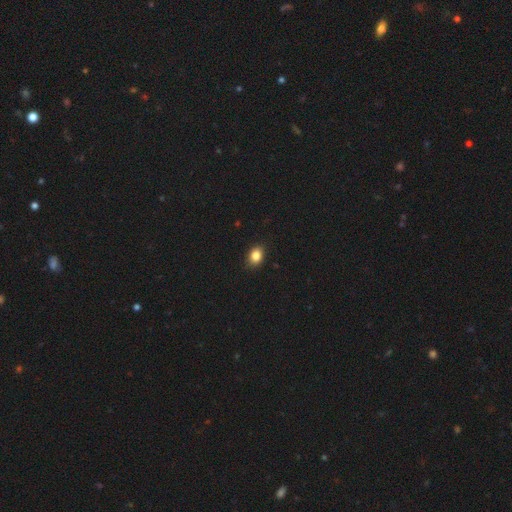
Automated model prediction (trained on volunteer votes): A smooth galaxy with no disk features (84%) that is in between round and cigar-shaped (68%).

Vote fractions:
- Smooth or featured? smooth: 84% / star or artifact: 10% / featured or disk: 6%
- How rounded? in between: 68% / round: 31% / cigar-shaped: 1%
- Merging? none: 87% / minor disturbance: 10% / major disturbance: 2% / merger: 1%